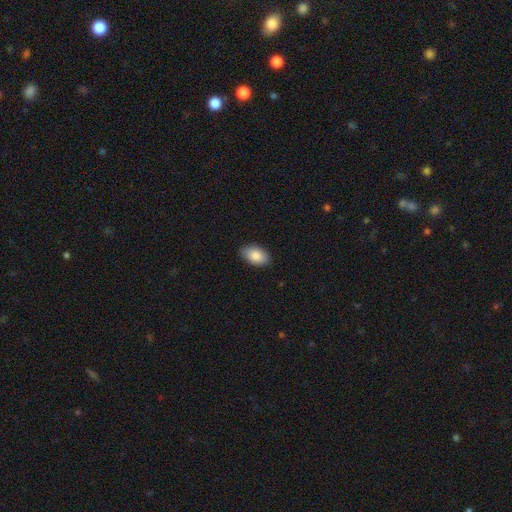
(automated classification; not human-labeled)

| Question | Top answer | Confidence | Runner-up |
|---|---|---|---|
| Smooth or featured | smooth | 86% | featured or disk (7%) |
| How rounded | in between | 93% | round (5%) |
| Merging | none | 86% | minor disturbance (11%) |